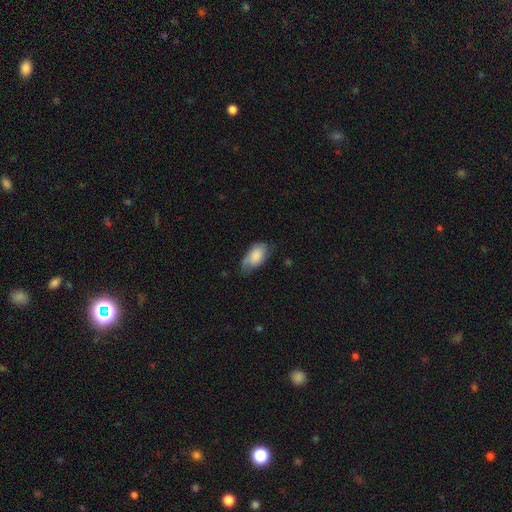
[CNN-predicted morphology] This is likely a smooth galaxy (77%). How rounded: clearly in between (93%). Merging: possibly none (49%).